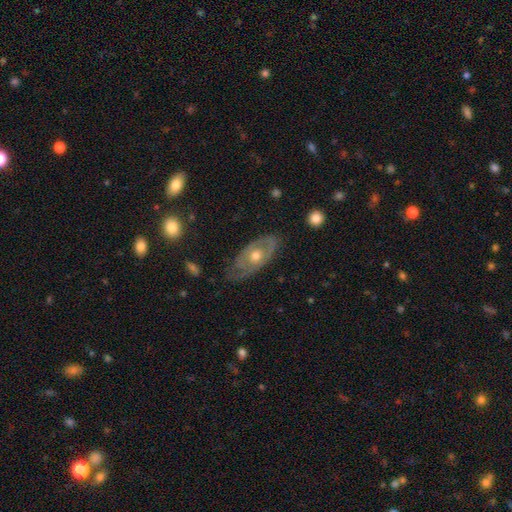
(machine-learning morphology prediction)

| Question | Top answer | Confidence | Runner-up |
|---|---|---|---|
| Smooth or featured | featured or disk | 68% | smooth (27%) |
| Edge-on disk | no | 86% | yes (14%) |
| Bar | no | 88% | weak (10%) |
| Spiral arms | no | 55% | yes (45%) |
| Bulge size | moderate | 75% | small (18%) |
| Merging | none | 67% | minor disturbance (24%) |